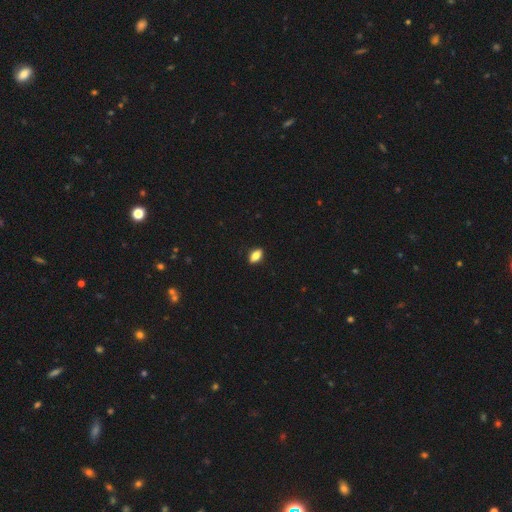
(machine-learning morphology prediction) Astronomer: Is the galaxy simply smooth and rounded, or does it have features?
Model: smooth — 81%.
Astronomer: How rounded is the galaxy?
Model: in between — 87%.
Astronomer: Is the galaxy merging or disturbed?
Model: none — 89%.